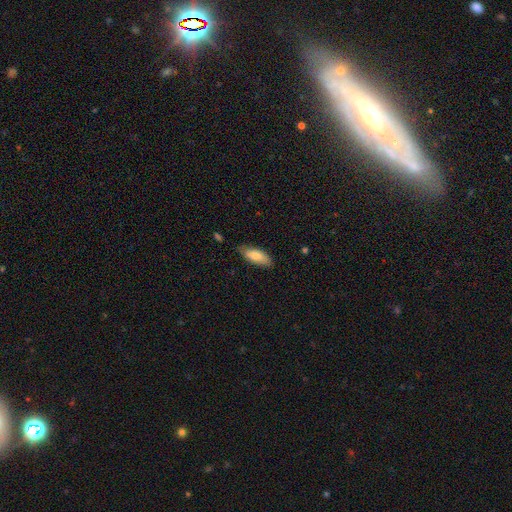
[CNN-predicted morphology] smooth-or-featured: smooth: 79% | featured or disk: 15% | star or artifact: 6%
  how-rounded: in between: 75% | cigar-shaped: 23% | round: 2%
  merging: none: 75% | minor disturbance: 20% | major disturbance: 3% | merger: 2%